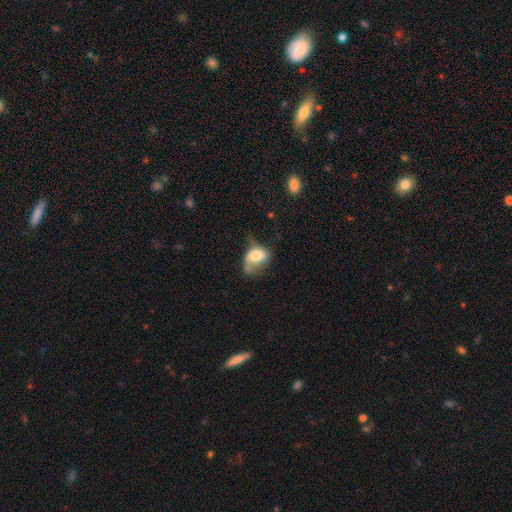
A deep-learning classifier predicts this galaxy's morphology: smooth 61%, featured or disk 31%, star or artifact 8%. Down the decision tree: how rounded — in between (79%); merging — major disturbance (42%).